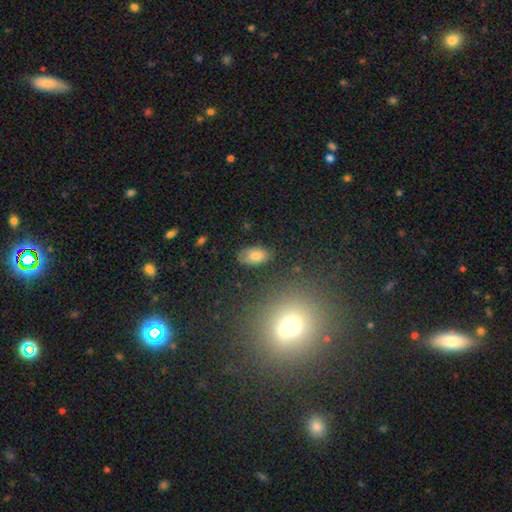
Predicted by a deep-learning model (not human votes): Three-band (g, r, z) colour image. It shows a smooth galaxy with no disk features (79%) that is in between round and cigar-shaped (93%). Merging: none (80%).